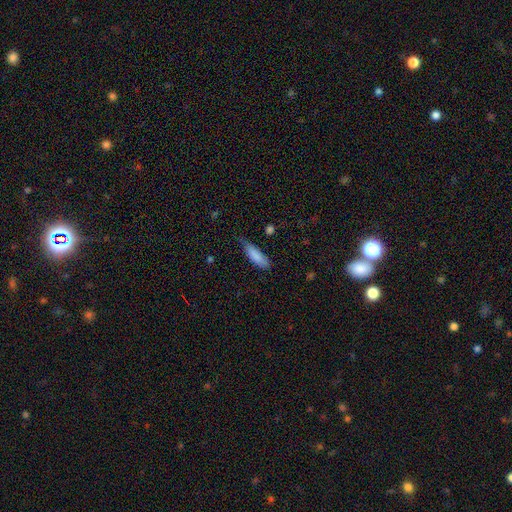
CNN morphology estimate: Smooth or featured? Predicted: smooth (p=0.85). How rounded? Predicted: in between (p=0.52). Merging? Predicted: none (p=0.59).